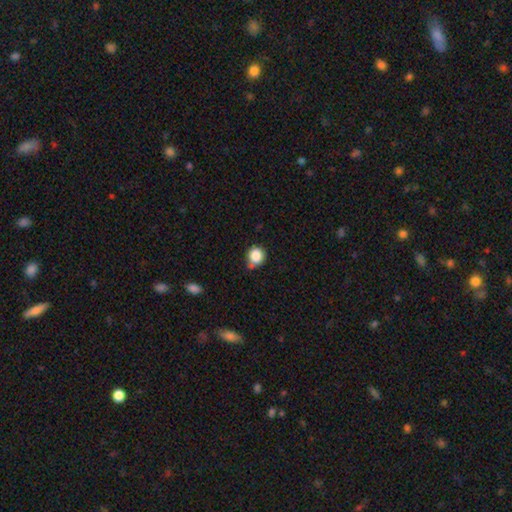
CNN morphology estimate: smooth 85%, star or artifact 10%, featured or disk 5%. Down the decision tree: how rounded — round (85%); merging — none (57%).